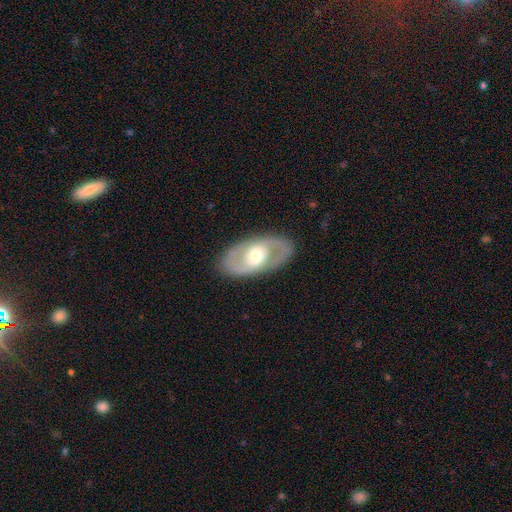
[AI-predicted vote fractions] featured or disk 75%, smooth 20%, star or artifact 5%. Down the decision tree: edge-on disk — no (93%); bar — no (49%); spiral arms — yes (72%); bulge size — moderate (63%); merging — none (86%).